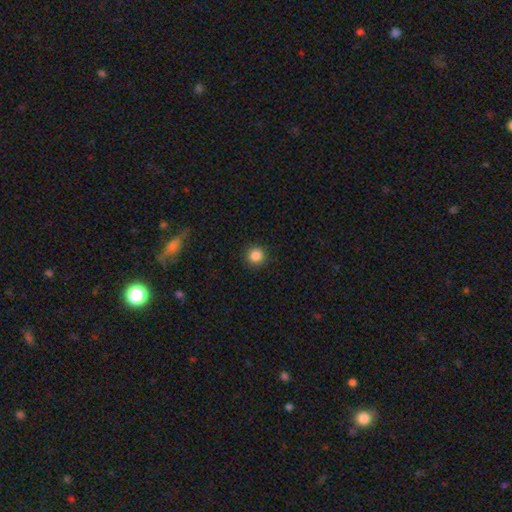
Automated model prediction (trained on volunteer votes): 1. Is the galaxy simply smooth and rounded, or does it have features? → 86% smooth, 11% star or artifact, 3% featured or disk.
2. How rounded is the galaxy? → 95% round, 4% in between, 1% cigar-shaped.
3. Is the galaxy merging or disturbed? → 92% none, 5% minor disturbance, 2% major disturbance, 1% merger.